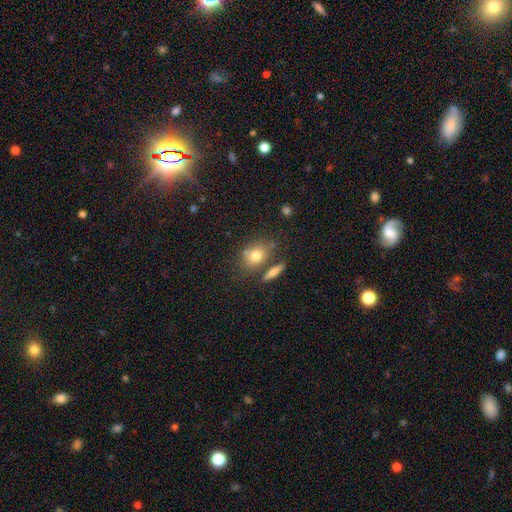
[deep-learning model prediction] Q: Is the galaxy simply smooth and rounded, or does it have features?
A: smooth — 76%.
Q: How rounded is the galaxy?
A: in between — 52%.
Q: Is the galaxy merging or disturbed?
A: none — 61%.